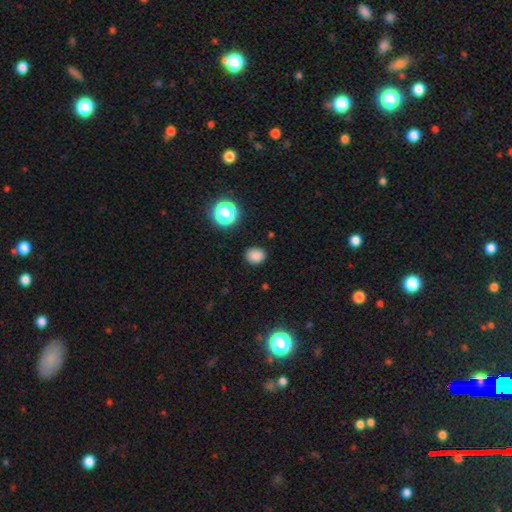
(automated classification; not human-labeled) This is clearly a smooth galaxy (83%). How rounded: likely round (69%). Merging: clearly none (87%).